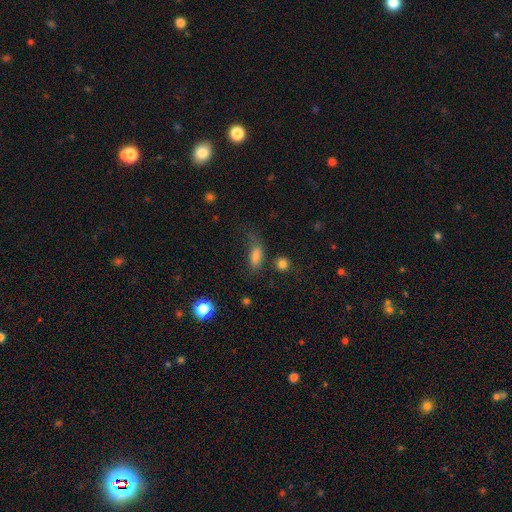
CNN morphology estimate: Smooth or featured? Predicted: smooth (p=0.76). How rounded? Predicted: in between (p=0.69). Merging? Predicted: none (p=0.44).